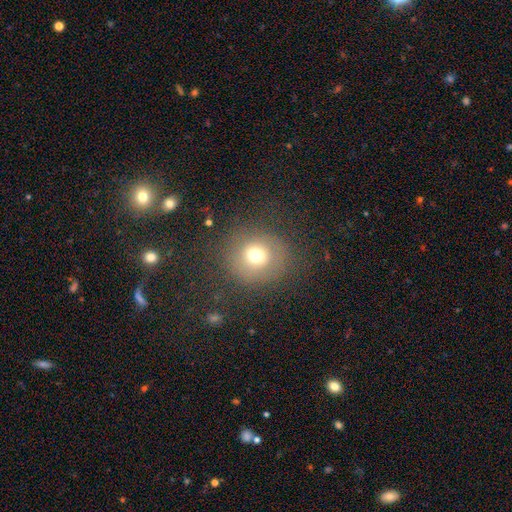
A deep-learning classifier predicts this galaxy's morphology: The model was most divided on "smooth or featured": smooth: 69%, star or artifact: 18%, featured or disk: 13%. More confident: how rounded — round (89%); merging — none (78%).